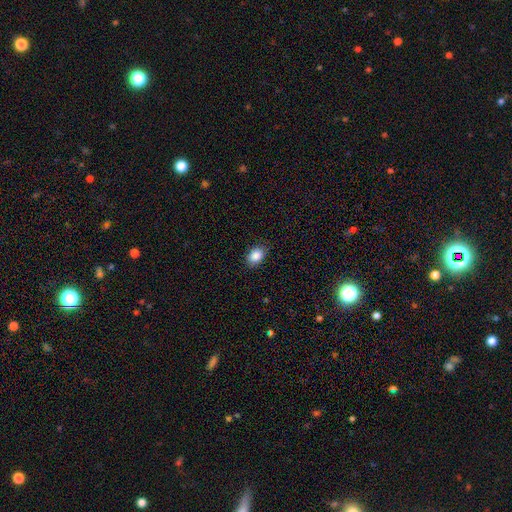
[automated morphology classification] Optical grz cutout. It shows a smooth galaxy with no disk features (88%) that is in between round and cigar-shaped (77%). Merging: none (84%).